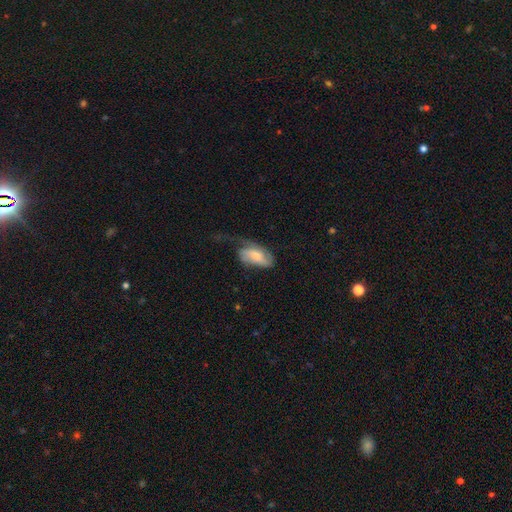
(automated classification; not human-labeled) A smooth galaxy with no disk features (50%) that is in between round and cigar-shaped (90%). Merging: major disturbance (46%).